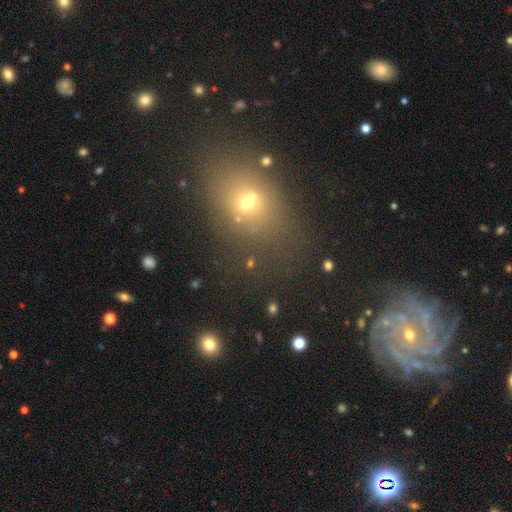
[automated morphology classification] Smooth or featured? featured or disk (41%)
Merging? none (81%)